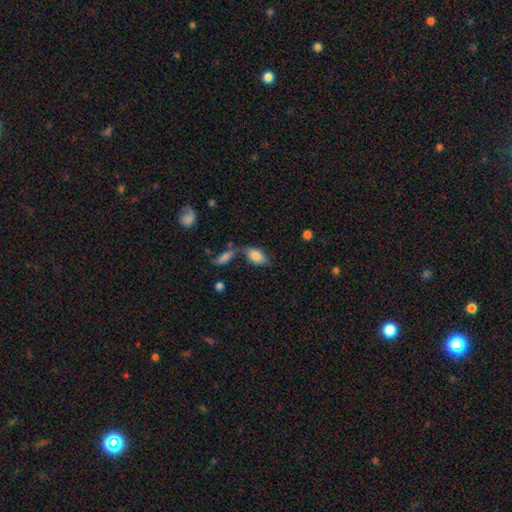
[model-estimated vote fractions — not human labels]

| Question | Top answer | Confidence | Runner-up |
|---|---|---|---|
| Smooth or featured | smooth | 82% | featured or disk (11%) |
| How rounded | in between | 90% | cigar-shaped (7%) |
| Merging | none | 55% | merger (22%) |